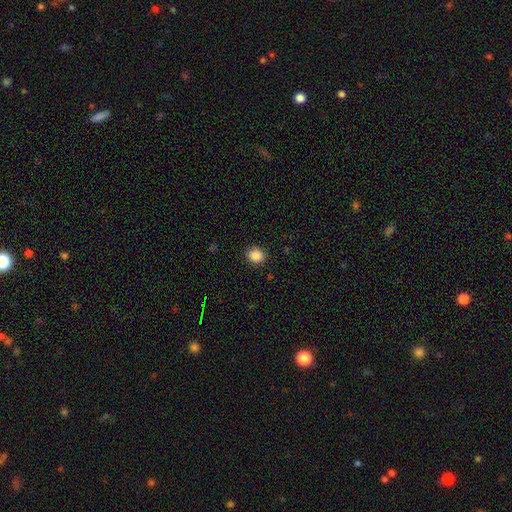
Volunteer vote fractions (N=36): Smooth or featured? smooth (94%)
How rounded? round (94%)
Merging? none (97%)